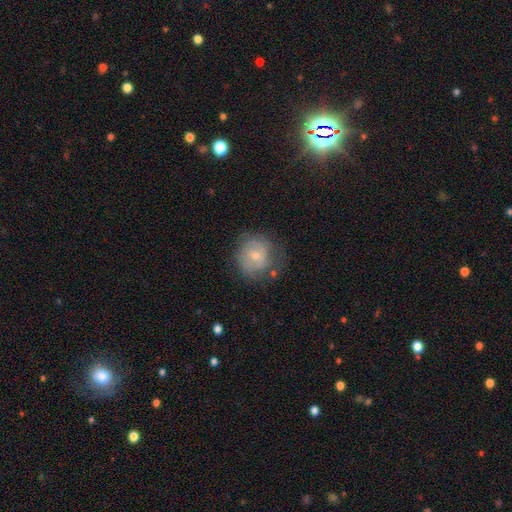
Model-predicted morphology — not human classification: Q: Smooth or featured?
A: featured or disk (63%); runner-up: smooth (30%)
Q: Edge-on disk?
A: no (98%); runner-up: yes (2%)
Q: Bar?
A: no (67%); runner-up: weak (29%)
Q: Spiral arms?
A: yes (83%); runner-up: no (17%)
Q: Spiral winding?
A: tight (60%); runner-up: medium (30%)
Q: Spiral arm count?
A: can't tell (38%); runner-up: 2 (36%)
Q: Bulge size?
A: small (54%); runner-up: moderate (42%)
Q: Merging?
A: none (65%); runner-up: minor disturbance (22%)